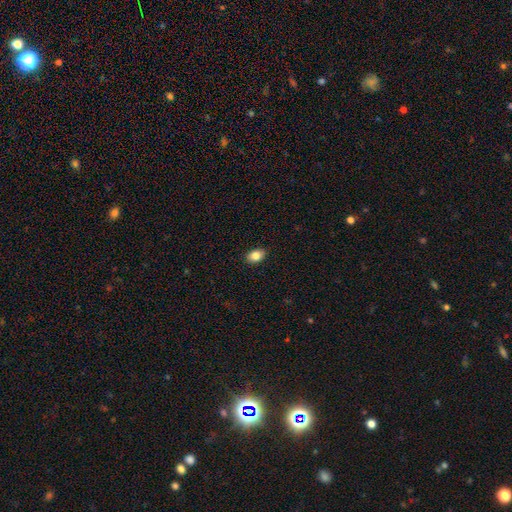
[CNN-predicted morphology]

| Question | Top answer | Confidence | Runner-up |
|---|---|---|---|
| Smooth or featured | smooth | 84% | star or artifact (8%) |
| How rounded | in between | 81% | round (17%) |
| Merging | none | 89% | minor disturbance (8%) |